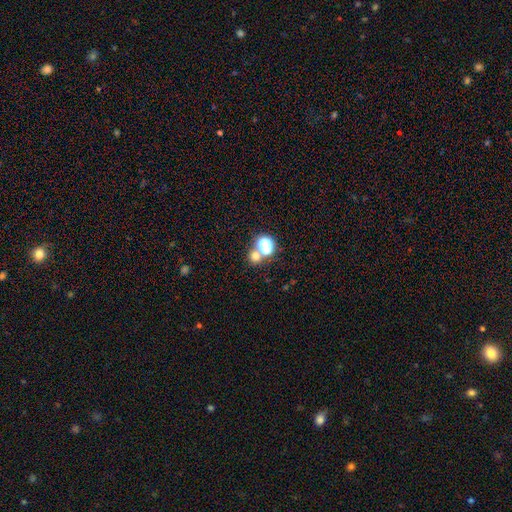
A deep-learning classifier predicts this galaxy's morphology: Smooth or featured: smooth — 62% (star or artifact — 29%)
How rounded: round — 83% (in between — 16%)
Merging: none — 58% (merger — 31%)